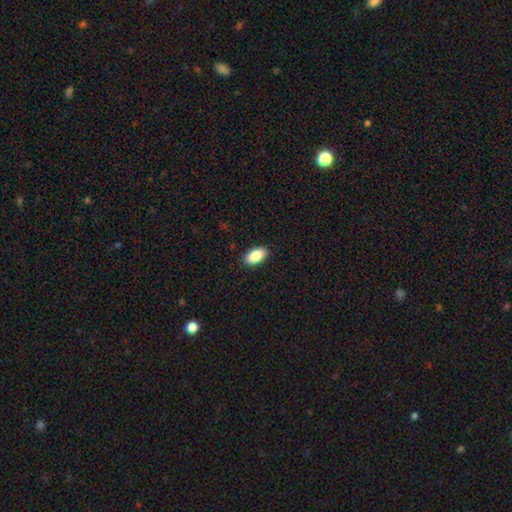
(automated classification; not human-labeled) smooth-or-featured: smooth: 86% | featured or disk: 7% | star or artifact: 7%
  how-rounded: in between: 94% | round: 3% | cigar-shaped: 3%
  merging: none: 90% | minor disturbance: 7% | major disturbance: 2% | merger: 1%